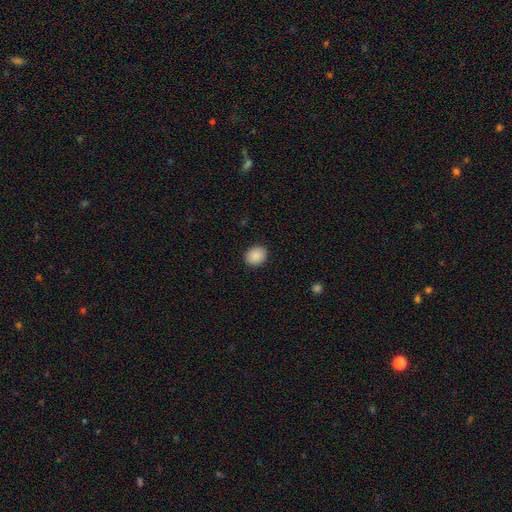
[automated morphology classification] Smooth or featured? smooth (89%)
How rounded? round (61%)
Merging? none (90%)